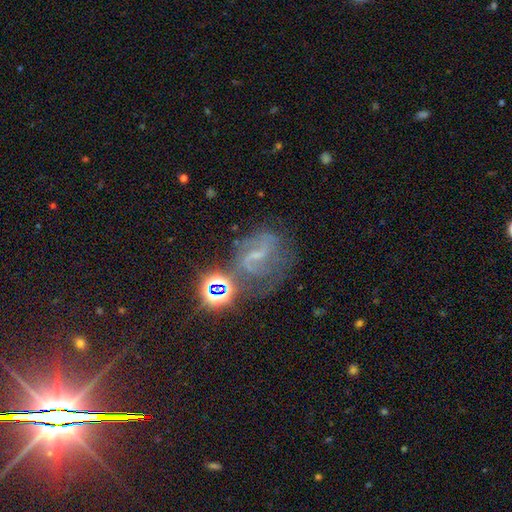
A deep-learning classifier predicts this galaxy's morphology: A featured or disk galaxy (58%) with a weak bar (46%), spiral arms (82%) and a small central bulge (63%). Merging: none (53%).